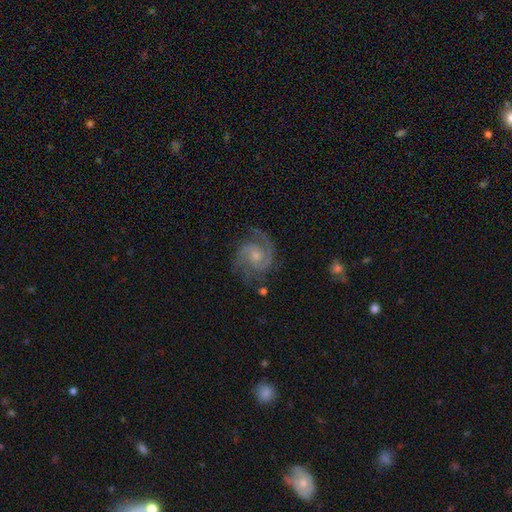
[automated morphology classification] A featured or disk galaxy (91%) with no bar (67%), 2 (72%) medium (48%) spiral arms (98%) and a small central bulge (62%). Merging: none (76%).